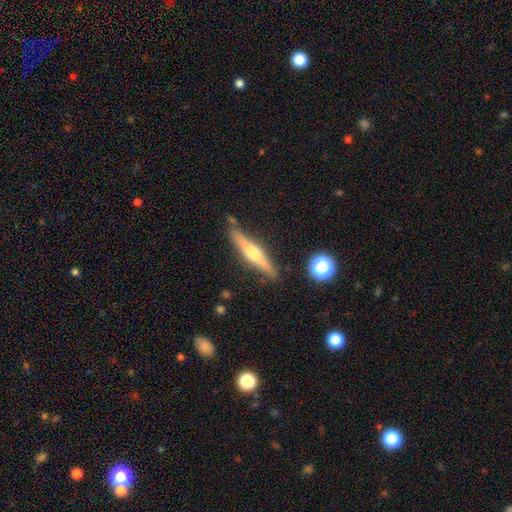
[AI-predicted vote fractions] This appears to be a featured or disk galaxy (56%) viewed edge-on (96%) with a rounded central bulge (85%). Merging: none (82%).